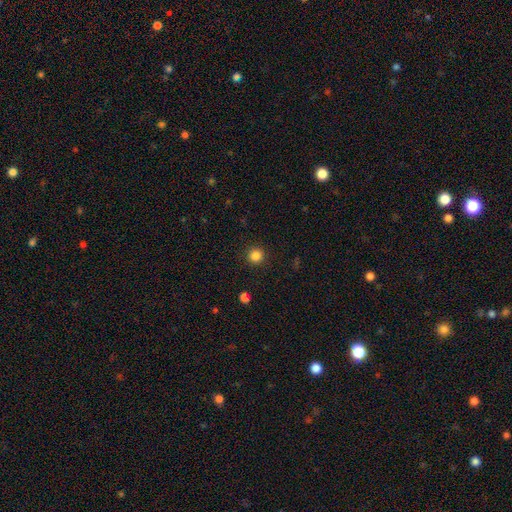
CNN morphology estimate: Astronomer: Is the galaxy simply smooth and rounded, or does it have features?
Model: smooth — 84%.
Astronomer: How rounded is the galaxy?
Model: round — 95%.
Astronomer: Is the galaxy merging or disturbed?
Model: none — 92%.